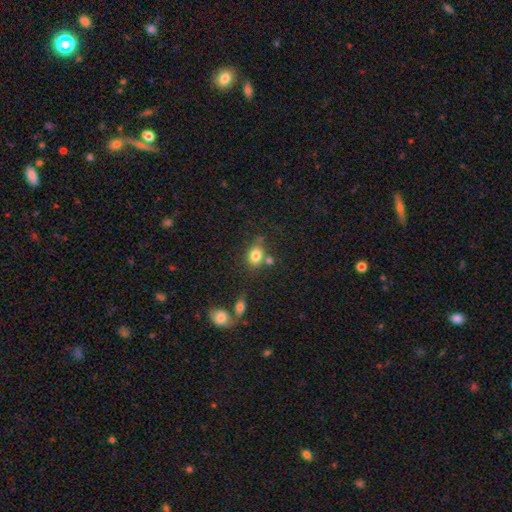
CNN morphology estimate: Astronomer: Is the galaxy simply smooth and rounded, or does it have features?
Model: smooth — 81%.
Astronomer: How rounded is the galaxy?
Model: in between — 56% (runner-up: round, 43%).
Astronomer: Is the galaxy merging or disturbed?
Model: none — 60%.